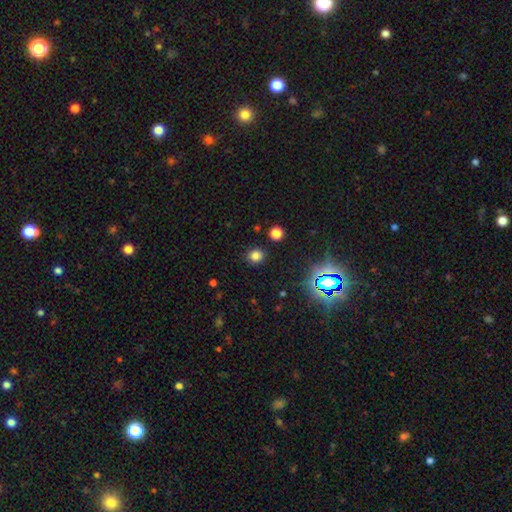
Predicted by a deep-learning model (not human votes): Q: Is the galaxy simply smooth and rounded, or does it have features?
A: smooth — 78%.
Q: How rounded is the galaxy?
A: round — 84%.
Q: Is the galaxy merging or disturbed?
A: none — 89%.